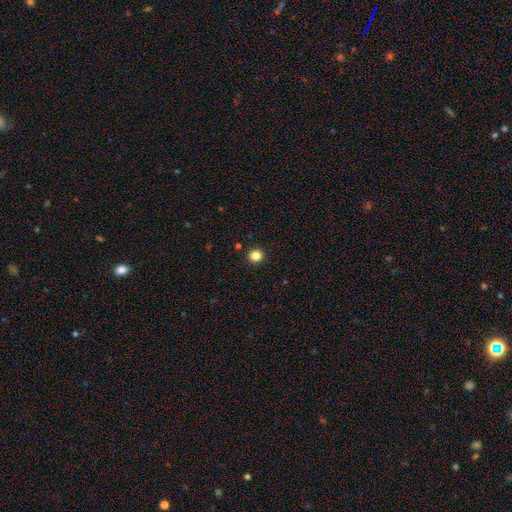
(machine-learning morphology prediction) Smooth or featured? Predicted: smooth (p=0.84). How rounded? Predicted: round (p=0.88). Merging? Predicted: none (p=0.92).